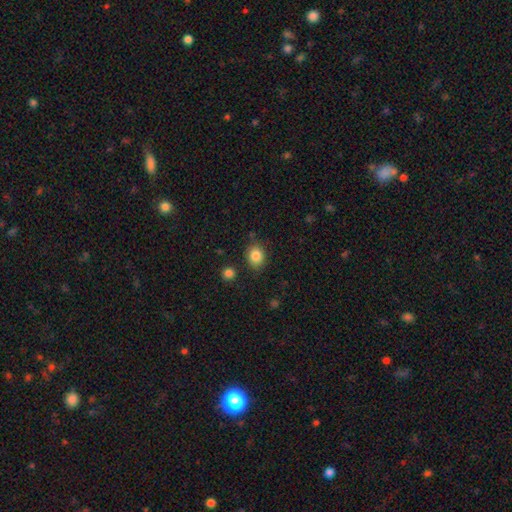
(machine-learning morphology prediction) smooth_or_featured: smooth (p=0.85) [alt: star or artifact p=0.10]
how_rounded: round (p=0.63) [alt: in between p=0.36]
merging: none (p=0.82) [alt: minor disturbance p=0.11]